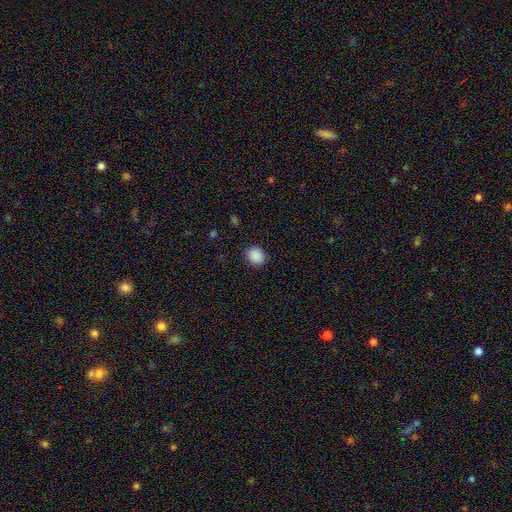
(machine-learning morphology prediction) Smooth or featured? smooth (89%)
How rounded? round (77%)
Merging? none (89%)